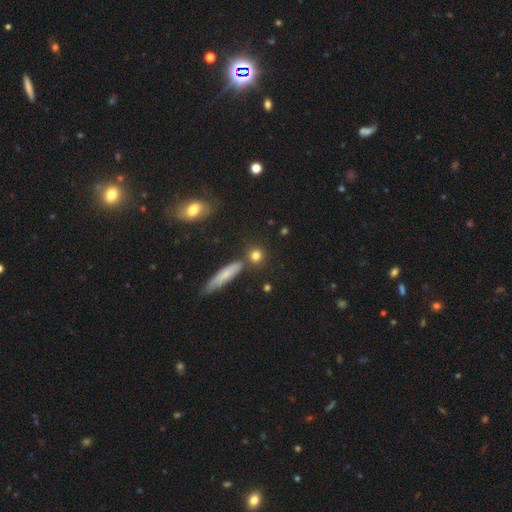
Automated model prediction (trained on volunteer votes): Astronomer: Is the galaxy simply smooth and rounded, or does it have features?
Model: smooth — 78%.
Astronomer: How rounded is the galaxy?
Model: round — 76%.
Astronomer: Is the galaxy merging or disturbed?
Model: none — 78%.